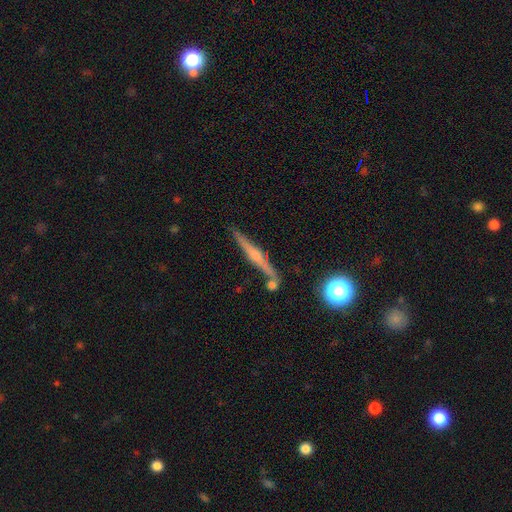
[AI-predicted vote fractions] smooth-or-featured: featured or disk: 69% | smooth: 23% | star or artifact: 8%
  disk-edge-on: yes: 97% | no: 3%
    edge-on-bulge: rounded: 69% | boxy: 16% | none: 15%
  merging: none: 79% | minor disturbance: 10% | merger: 7% | major disturbance: 3%